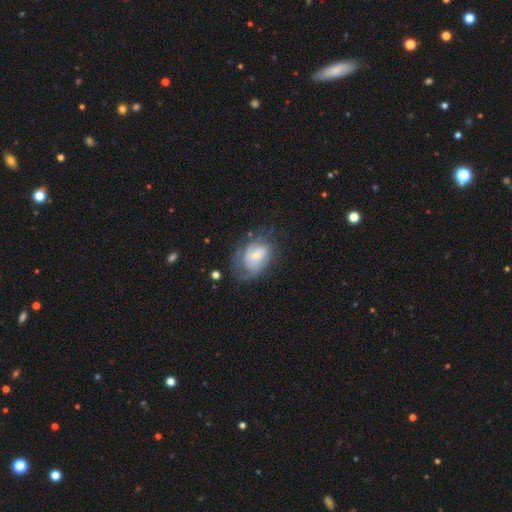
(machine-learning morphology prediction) A featured or disk galaxy (56%) with no bar (68%), spiral arms (67%) and a small central bulge (62%). Merging: none (46%).